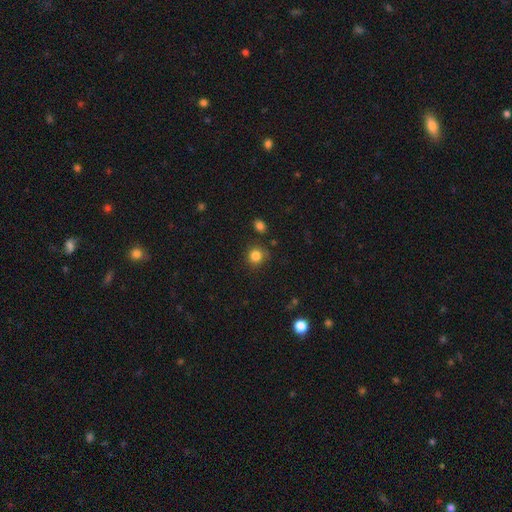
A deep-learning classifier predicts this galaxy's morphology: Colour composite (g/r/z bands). It shows a smooth galaxy with no disk features (84%) that is round (89%). Merging: none (81%).